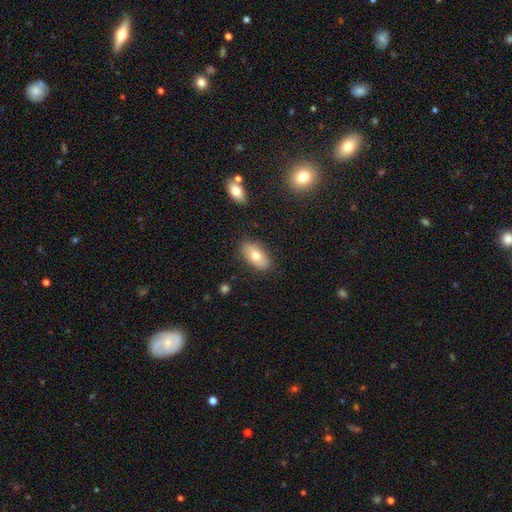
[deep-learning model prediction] Smooth or featured? smooth (74%)
How rounded? in between (92%)
Merging? none (84%)